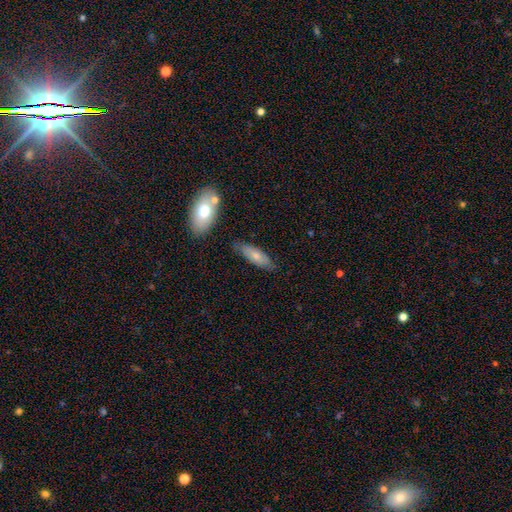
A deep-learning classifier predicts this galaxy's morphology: A smooth galaxy with no disk features (66%) that is in between round and cigar-shaped (54%). Merging: none (75%).